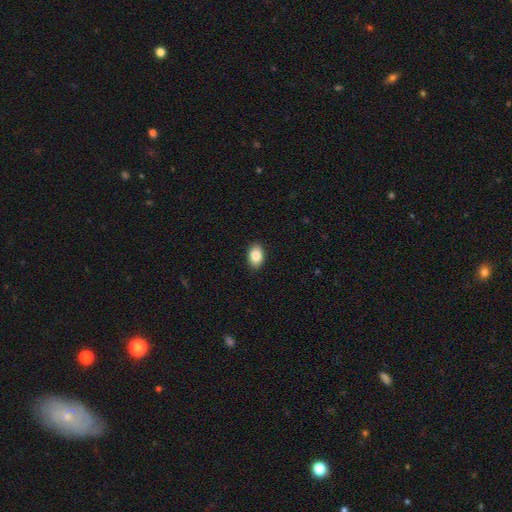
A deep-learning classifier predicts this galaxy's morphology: Smooth or featured?
  - smooth: 86% *
  - star or artifact: 7%
  - featured or disk: 7%
How rounded?
  - in between: 87% *
  - round: 12%
  - cigar-shaped: 1%
Merging?
  - none: 89% *
  - minor disturbance: 8%
  - major disturbance: 2%
  - merger: 1%